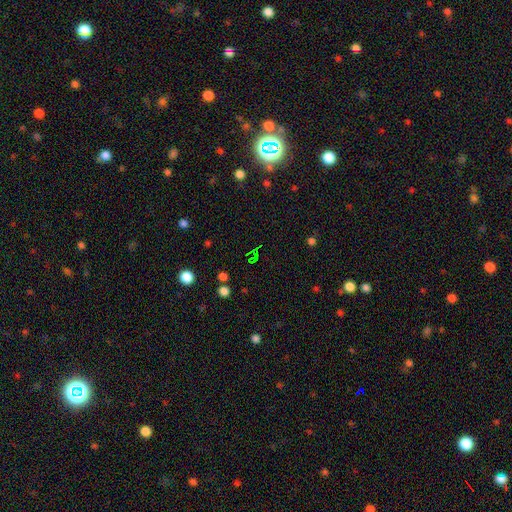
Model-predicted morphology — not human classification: This appears to be a star or artifact, not a galaxy (64%).